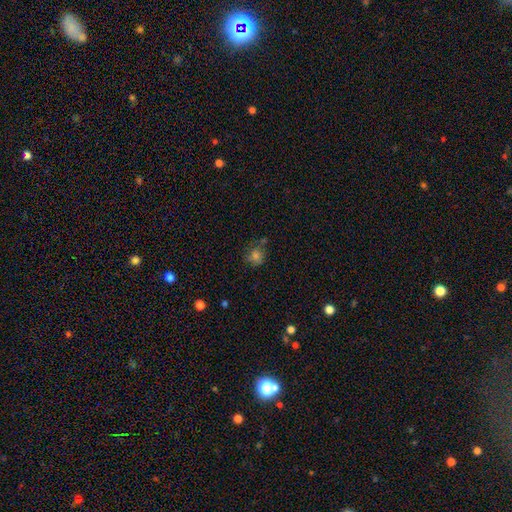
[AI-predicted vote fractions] smooth-or-featured: smooth: 68% | star or artifact: 19% | featured or disk: 13%
  how-rounded: round: 75% | in between: 24% | cigar-shaped: 1%
  merging: none: 62% | minor disturbance: 21% | major disturbance: 9% | merger: 8%